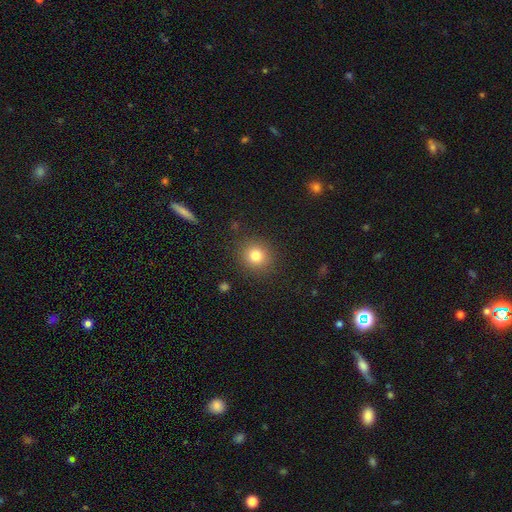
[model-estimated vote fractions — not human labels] The model was most divided on "smooth or featured": smooth: 80%, star or artifact: 13%, featured or disk: 7%. More confident: how rounded — round (90%); merging — none (89%).